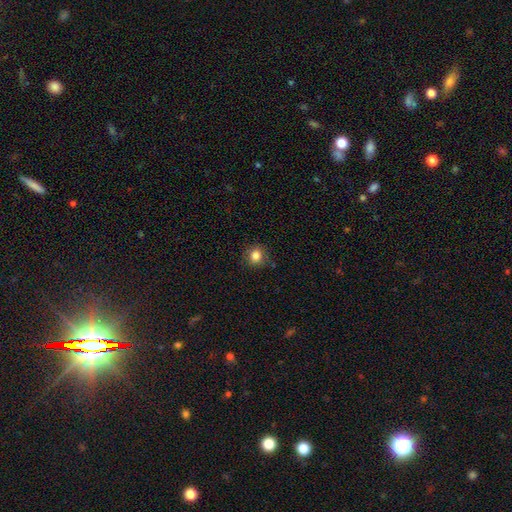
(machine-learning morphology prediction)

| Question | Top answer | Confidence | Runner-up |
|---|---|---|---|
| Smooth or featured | smooth | 83% | star or artifact (11%) |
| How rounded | round | 85% | in between (14%) |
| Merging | none | 85% | minor disturbance (11%) |